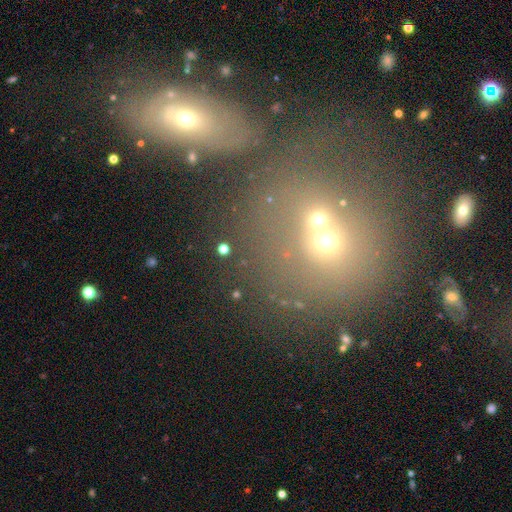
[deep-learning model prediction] Overall: smooth (49%; star or artifact 30%). Merging: merger (49%; none 37%).